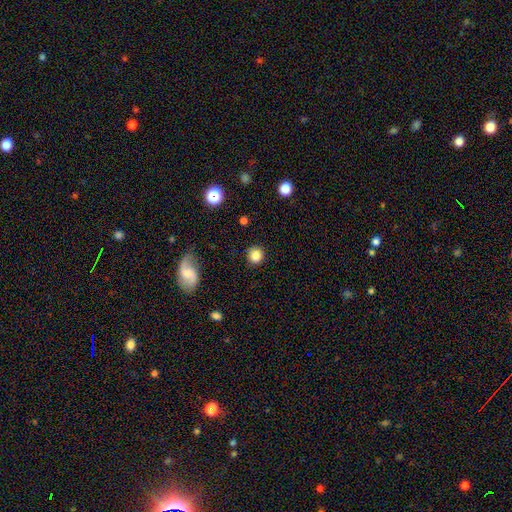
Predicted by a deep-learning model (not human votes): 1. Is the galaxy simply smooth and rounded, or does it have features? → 83% smooth, 10% star or artifact, 7% featured or disk.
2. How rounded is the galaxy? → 88% round, 11% in between, 1% cigar-shaped.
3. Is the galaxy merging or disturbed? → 88% none, 8% minor disturbance, 3% major disturbance, 2% merger.